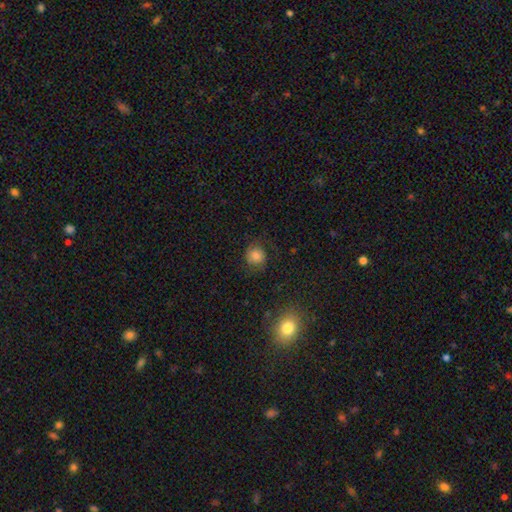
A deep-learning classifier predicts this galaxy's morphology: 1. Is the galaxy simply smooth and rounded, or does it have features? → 76% smooth, 12% featured or disk, 11% star or artifact.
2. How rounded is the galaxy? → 83% round, 16% in between, 1% cigar-shaped.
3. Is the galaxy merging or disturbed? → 74% none, 16% minor disturbance, 8% major disturbance, 1% merger.